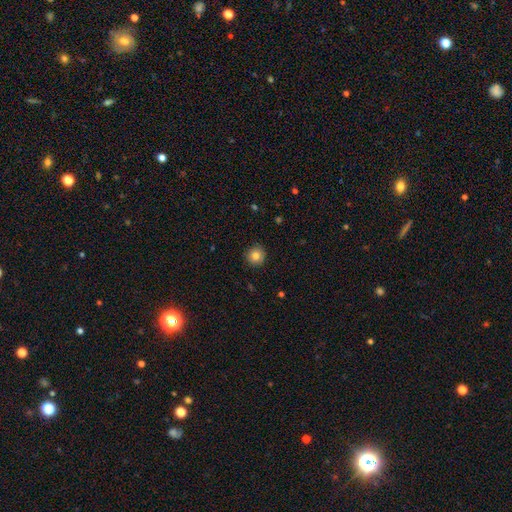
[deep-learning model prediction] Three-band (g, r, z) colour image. It shows a smooth galaxy with no disk features (82%) that is round (94%). Merging: none (91%).